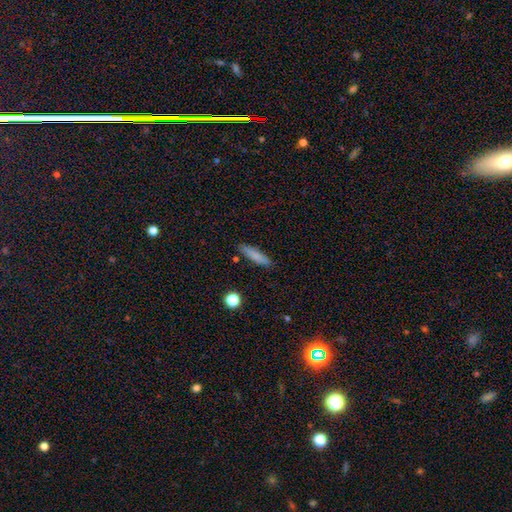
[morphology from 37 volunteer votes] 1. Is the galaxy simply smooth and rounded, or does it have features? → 81% smooth, 14% featured or disk, 5% star or artifact.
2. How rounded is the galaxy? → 83% cigar-shaped, 17% in between, 0% round.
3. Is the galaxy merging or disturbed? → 89% none, 9% minor disturbance, 3% major disturbance, 0% merger.